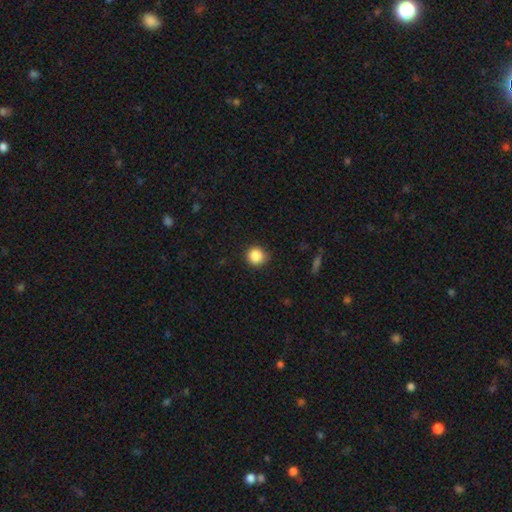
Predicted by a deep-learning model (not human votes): Smooth or featured?
  - smooth: 86% *
  - star or artifact: 10%
  - featured or disk: 4%
How rounded?
  - round: 91% *
  - in between: 8%
  - cigar-shaped: 1%
Merging?
  - none: 81% *
  - minor disturbance: 15%
  - major disturbance: 3%
  - merger: 1%